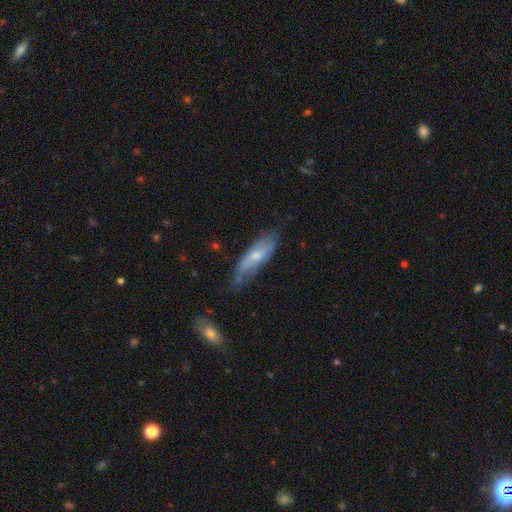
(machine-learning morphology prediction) smooth-or-featured: smooth: 48% | featured or disk: 46% | star or artifact: 7%
  merging: none: 54% | minor disturbance: 34% | major disturbance: 10% | merger: 3%